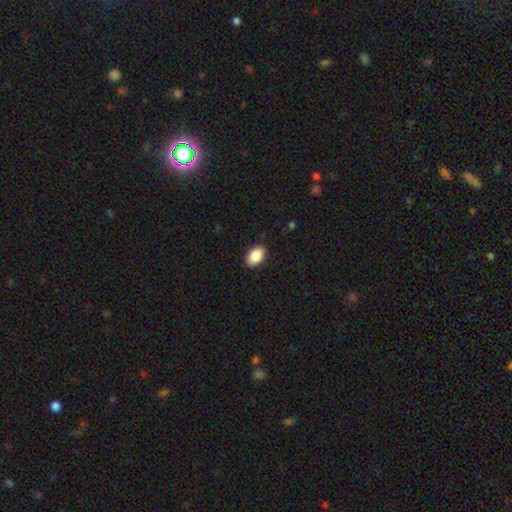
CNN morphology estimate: Smooth or featured? smooth (89%)
How rounded? in between (90%)
Merging? none (89%)